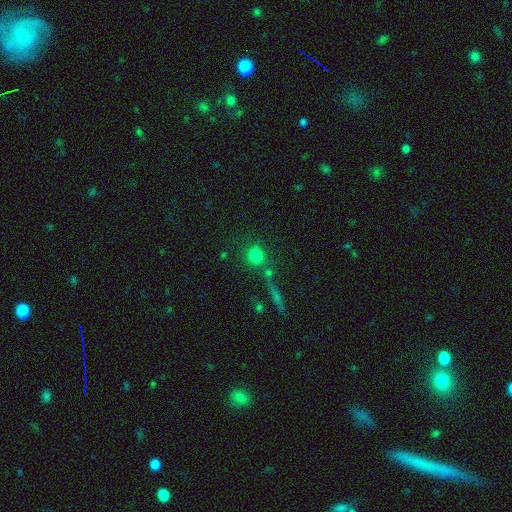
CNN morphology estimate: This is likely a smooth galaxy (77%). How rounded: clearly round (88%). Merging: likely none (70%).